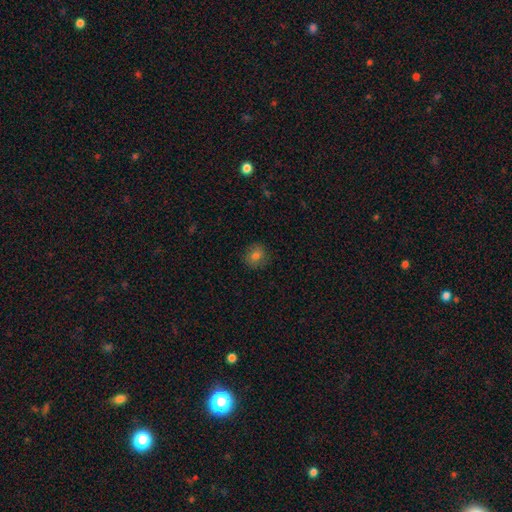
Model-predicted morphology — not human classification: Smooth or featured? Predicted: smooth (p=0.75). How rounded? Predicted: round (p=0.81). Merging? Predicted: none (p=0.87).